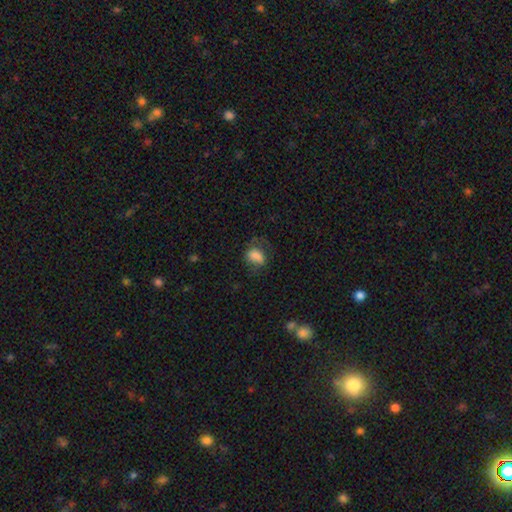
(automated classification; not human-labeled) smooth 78%, featured or disk 13%, star or artifact 10%. Down the decision tree: how rounded — in between (77%); merging — none (47%).